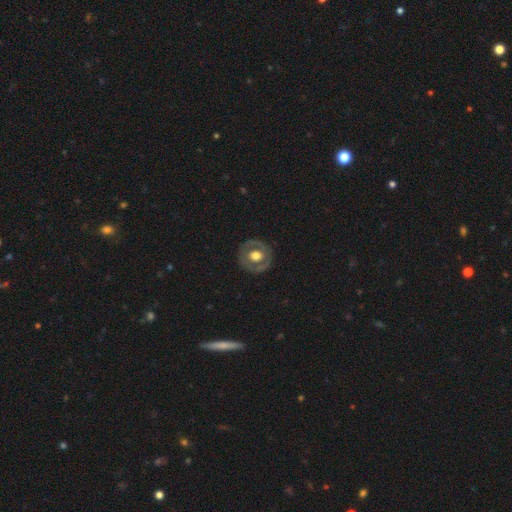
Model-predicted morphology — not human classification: type=featured or disk (54%); edge-on=no (94%); bar=no (78%); spiral arms=no (83%); bulge=moderate (48%); merging=none (84%).